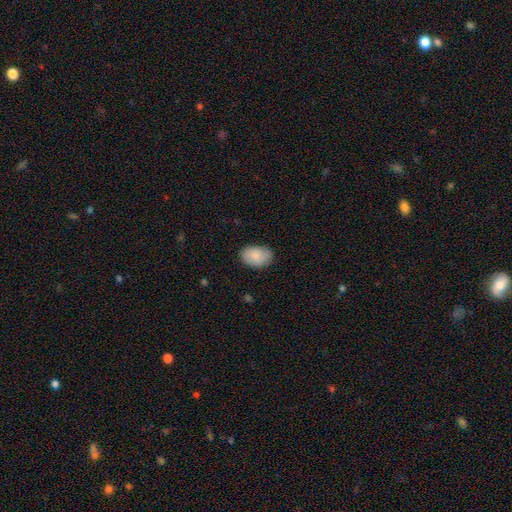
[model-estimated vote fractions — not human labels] smooth 87%, featured or disk 7%, star or artifact 6%. Down the decision tree: how rounded — in between (86%); merging — none (81%).